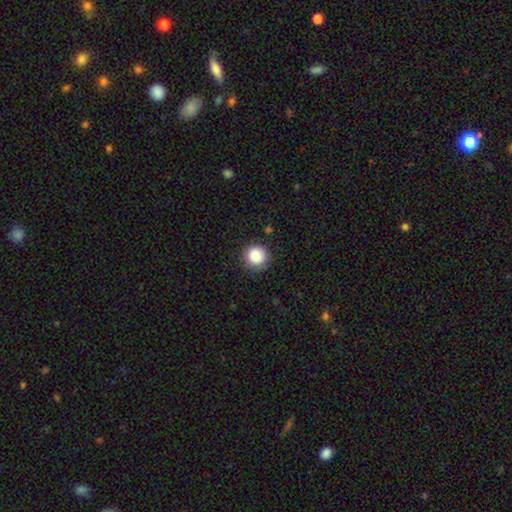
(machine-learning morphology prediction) This appears to be a smooth galaxy with no disk features (86%) that is round (94%). Merging: none (87%).